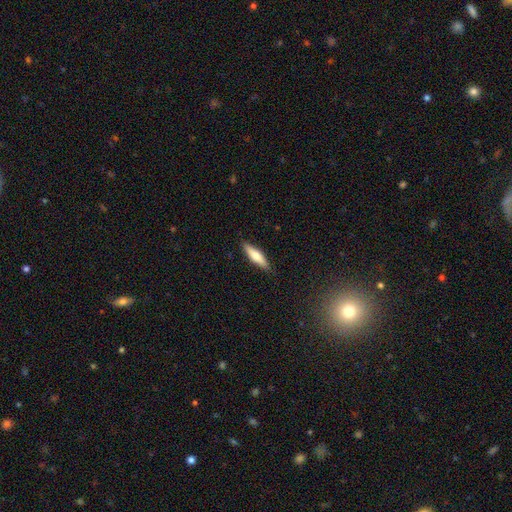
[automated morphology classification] A smooth galaxy with no disk features (62%) that is cigar-shaped (69%).

Vote fractions:
- Smooth or featured? smooth: 62% / featured or disk: 32% / star or artifact: 6%
- How rounded? cigar-shaped: 69% / in between: 29% / round: 2%
- Merging? none: 88% / minor disturbance: 9% / major disturbance: 2% / merger: 1%